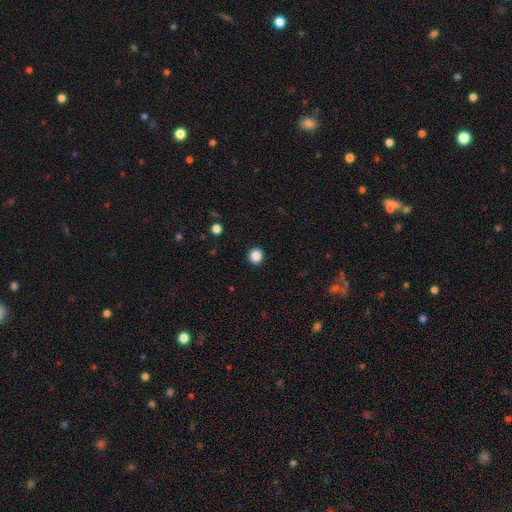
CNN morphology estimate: smooth-or-featured: smooth: 86% | star or artifact: 11% | featured or disk: 3%
  how-rounded: round: 93% | in between: 6% | cigar-shaped: 1%
  merging: none: 93% | minor disturbance: 4% | major disturbance: 2% | merger: 1%